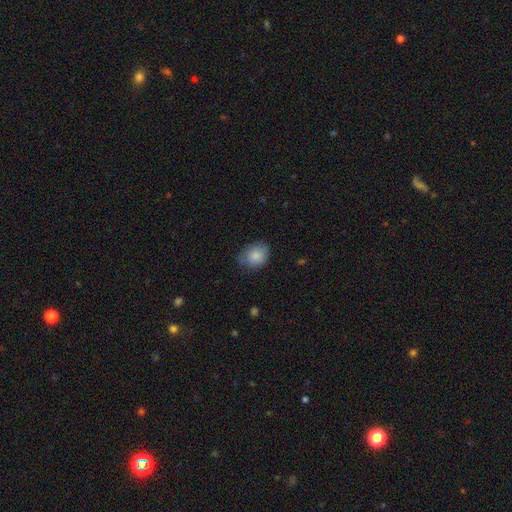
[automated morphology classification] type=smooth (83%); roundness=in between (53%); merging=none (62%).